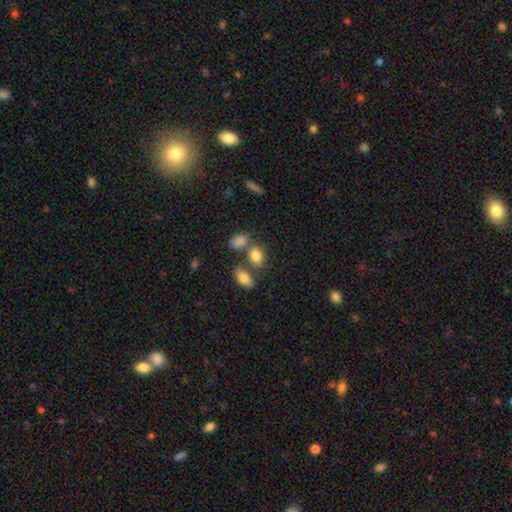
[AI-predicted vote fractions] A smooth galaxy with no disk features (82%) that is in between round and cigar-shaped (67%). Merging: none (55%).